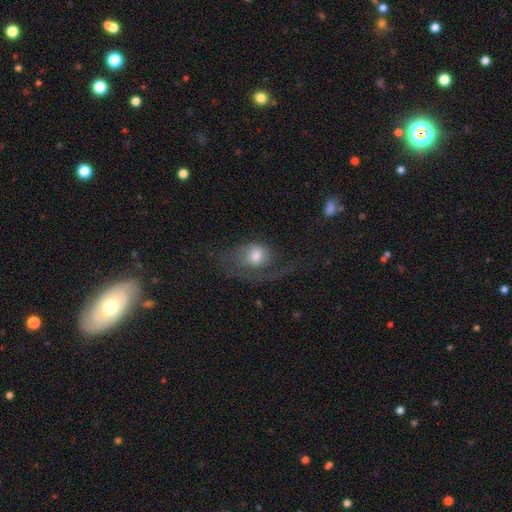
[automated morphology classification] Smooth or featured?
  - featured or disk: 51% *
  - smooth: 40%
  - star or artifact: 9%
Edge-on disk?
  - no: 95% *
  - yes: 5%
Merging?
  - major disturbance: 49% *
  - none: 29%
  - minor disturbance: 19%
  - merger: 3%